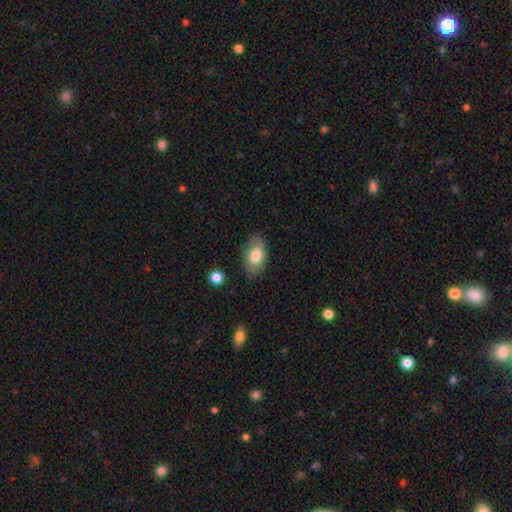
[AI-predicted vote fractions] This is likely a smooth galaxy (77%). How rounded: clearly in between (92%). Merging: clearly none (80%).